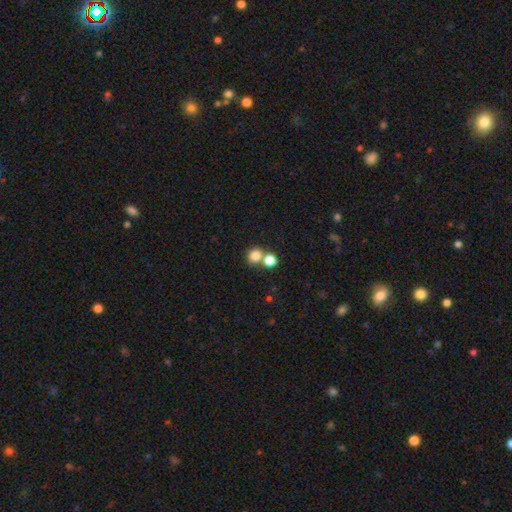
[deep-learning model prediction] A smooth galaxy with no disk features (81%) that is round (81%). Merging: none (50%).